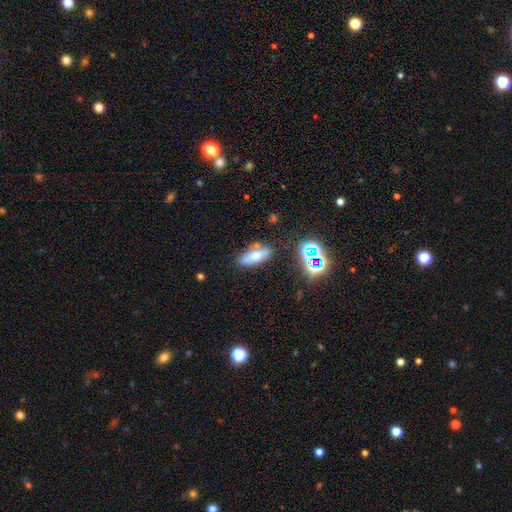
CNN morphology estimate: Q: Smooth or featured?
A: smooth (60%); runner-up: featured or disk (26%)
Q: How rounded?
A: in between (65%); runner-up: cigar-shaped (30%)
Q: Merging?
A: none (74%); runner-up: minor disturbance (15%)